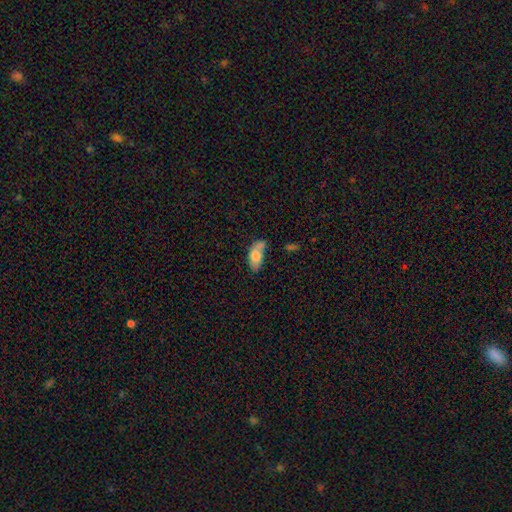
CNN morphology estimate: type=smooth (74%); roundness=in between (89%); merging=none (37%).